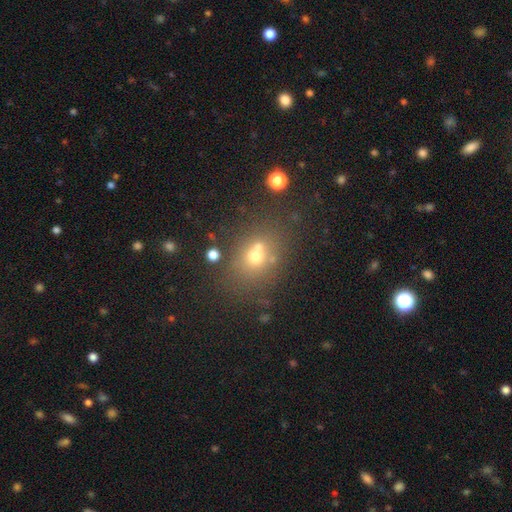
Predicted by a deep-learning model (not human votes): This appears to be a smooth galaxy with no disk features (58%) that is round (52%). Merging: none (60%).